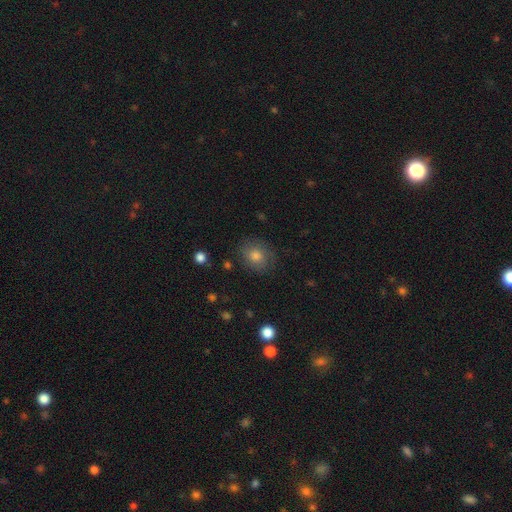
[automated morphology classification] Smooth or featured: smooth — 73% (star or artifact — 14%)
How rounded: round — 69% (in between — 30%)
Merging: none — 82% (minor disturbance — 13%)